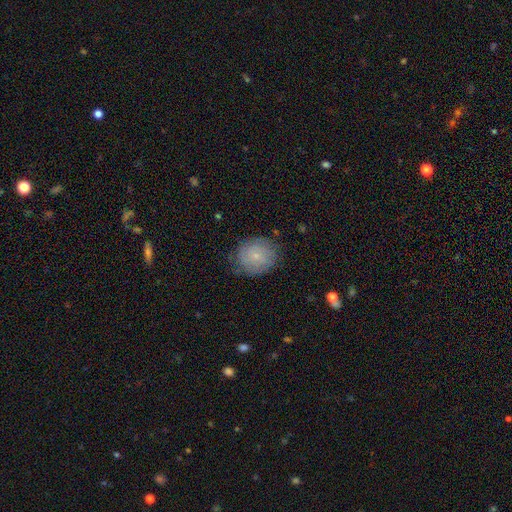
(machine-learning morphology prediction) A smooth galaxy with no disk features (54%) that is round (78%). Merging: none (76%).